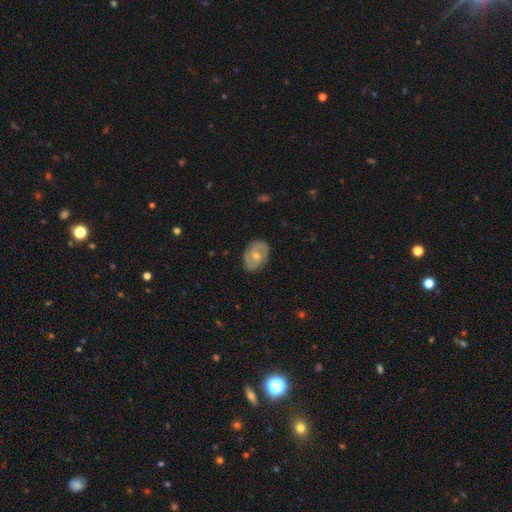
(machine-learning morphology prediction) Q: Smooth or featured?
A: featured or disk (68%); runner-up: smooth (27%)
Q: Edge-on disk?
A: no (96%); runner-up: yes (4%)
Q: Bar?
A: no (44%); tied with: weak (44%)
Q: Spiral arms?
A: yes (79%); runner-up: no (21%)
Q: Spiral winding?
A: medium (44%); runner-up: tight (38%)
Q: Spiral arm count?
A: 2 (79%); runner-up: can't tell (13%)
Q: Bulge size?
A: moderate (54%); runner-up: small (43%)
Q: Merging?
A: none (80%); runner-up: minor disturbance (16%)